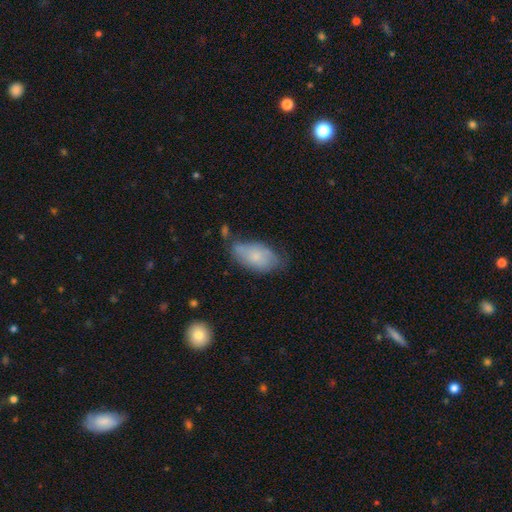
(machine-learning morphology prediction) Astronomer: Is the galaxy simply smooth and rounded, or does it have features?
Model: smooth — 69%.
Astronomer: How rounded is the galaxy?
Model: in between — 92%.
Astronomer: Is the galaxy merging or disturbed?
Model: none — 50% (runner-up: minor disturbance, 34%).